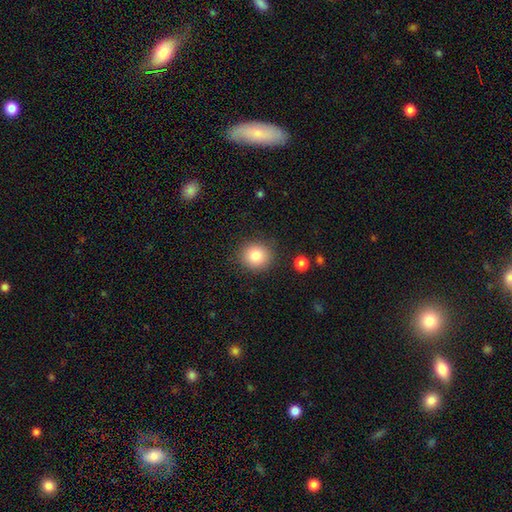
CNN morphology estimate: smooth_or_featured: smooth (p=0.82) [alt: star or artifact p=0.10]
how_rounded: round (p=0.90) [alt: in between p=0.10]
merging: none (p=0.88) [alt: minor disturbance p=0.08]